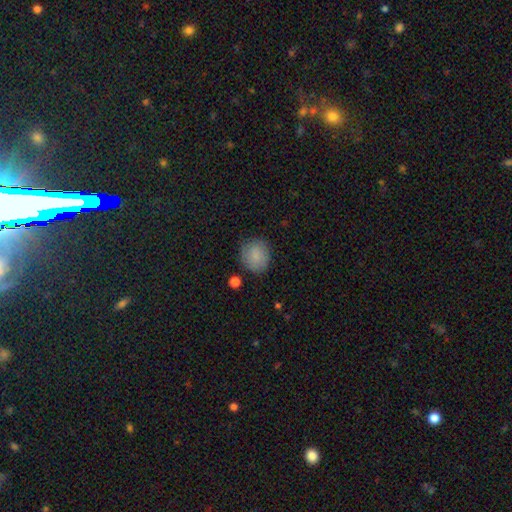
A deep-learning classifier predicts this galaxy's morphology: This appears to be a smooth galaxy with no disk features (84%) that is round (80%). Merging: none (81%).